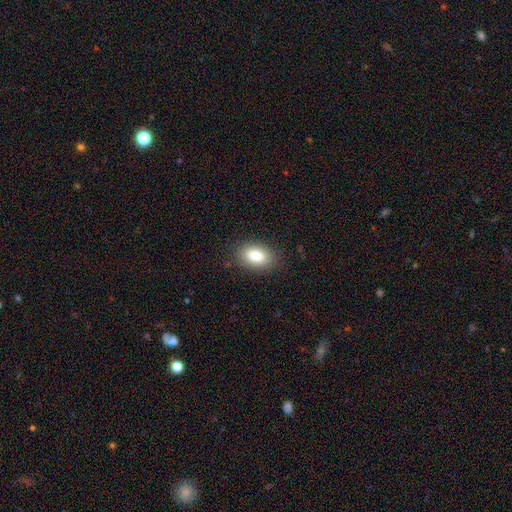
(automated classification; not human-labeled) Smooth or featured? Predicted: smooth (p=0.84). How rounded? Predicted: in between (p=0.89). Merging? Predicted: none (p=0.85).